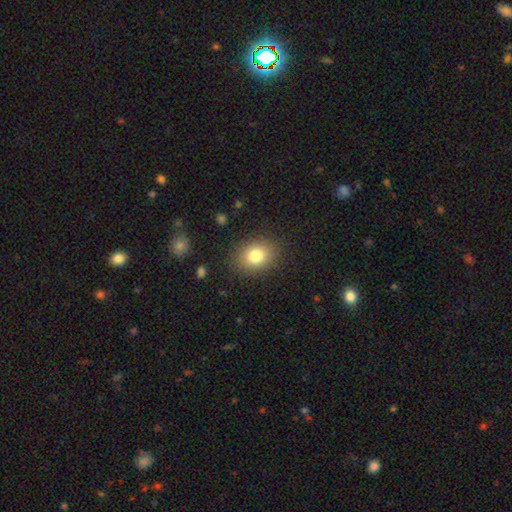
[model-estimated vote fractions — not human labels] Smooth or featured? Predicted: smooth (p=0.81). How rounded? Predicted: in between (p=0.51). Merging? Predicted: none (p=0.86).